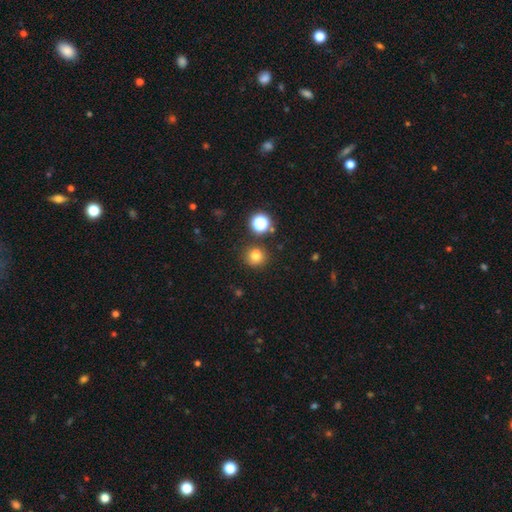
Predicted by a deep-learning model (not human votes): smooth-or-featured: smooth: 76% | star or artifact: 17% | featured or disk: 7%
  how-rounded: round: 89% | in between: 10% | cigar-shaped: 1%
  merging: none: 78% | minor disturbance: 10% | merger: 9% | major disturbance: 3%